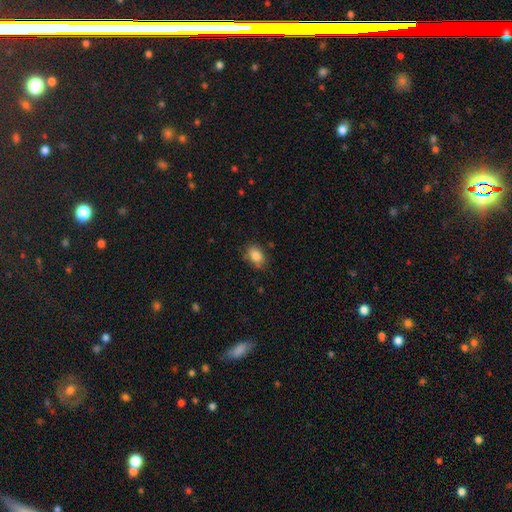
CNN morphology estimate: type=smooth (84%); roundness=in between (80%); merging=none (76%).